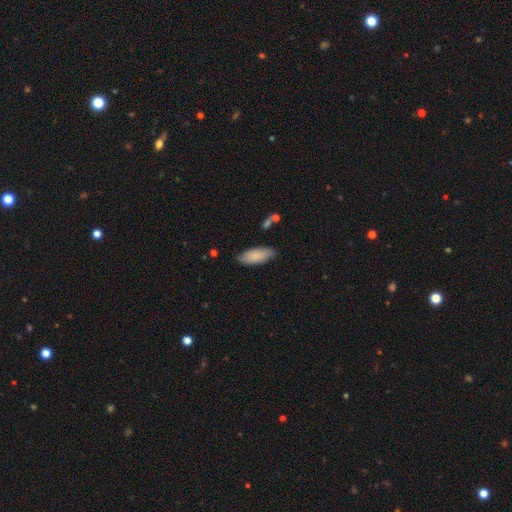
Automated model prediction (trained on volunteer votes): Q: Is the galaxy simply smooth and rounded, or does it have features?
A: smooth — 84%.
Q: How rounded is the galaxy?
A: in between — 81%.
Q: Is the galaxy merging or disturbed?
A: none — 80%.